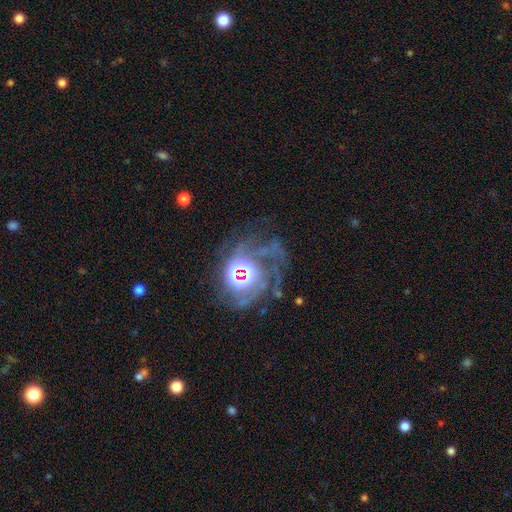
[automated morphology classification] type=featured or disk (46%); merging=none (52%).